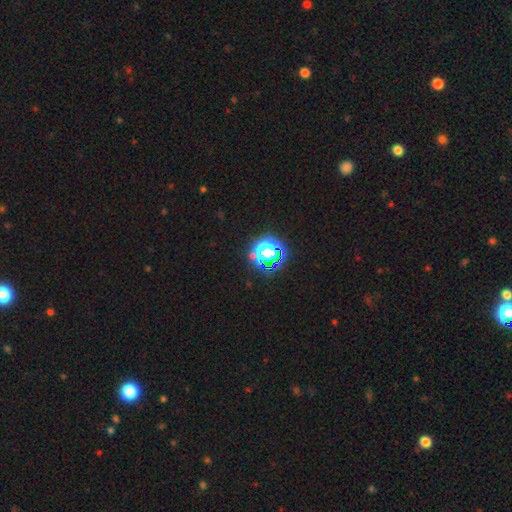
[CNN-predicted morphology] smooth_or_featured: star or artifact (p=0.68) [alt: smooth p=0.23]